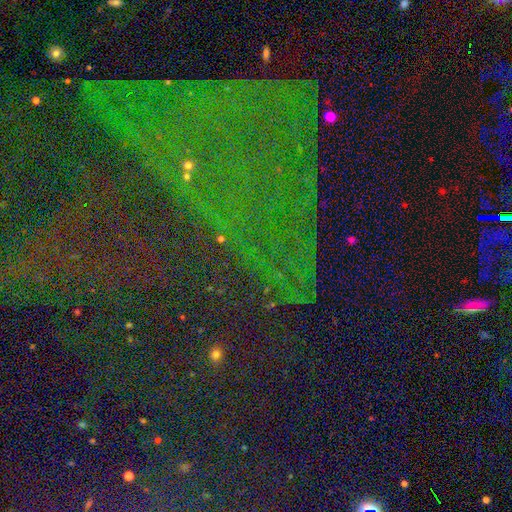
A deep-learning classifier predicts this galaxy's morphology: Overall: star or artifact (84%).